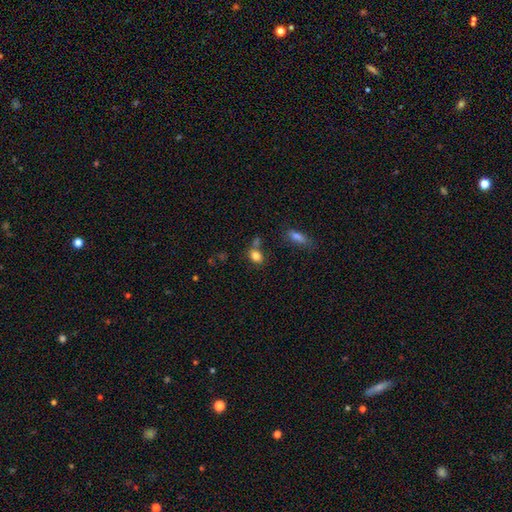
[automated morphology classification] A smooth galaxy with no disk features (82%) that is in between round and cigar-shaped (71%). Merging: none (59%).